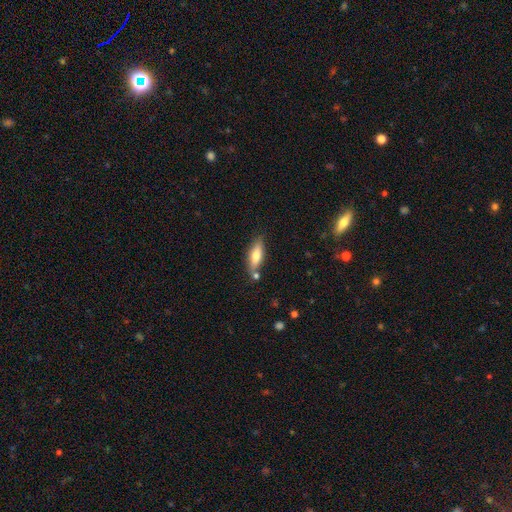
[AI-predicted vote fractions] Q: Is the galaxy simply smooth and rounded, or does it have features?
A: smooth — 67%.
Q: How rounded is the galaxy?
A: in between — 56%.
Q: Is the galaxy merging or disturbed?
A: none — 73%.